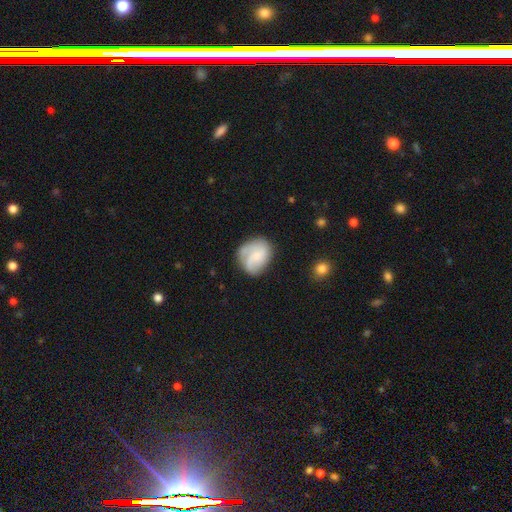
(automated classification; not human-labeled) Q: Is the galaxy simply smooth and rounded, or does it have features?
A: featured or disk — 51%.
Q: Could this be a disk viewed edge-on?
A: no — 98%.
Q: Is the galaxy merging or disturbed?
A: none — 59%.